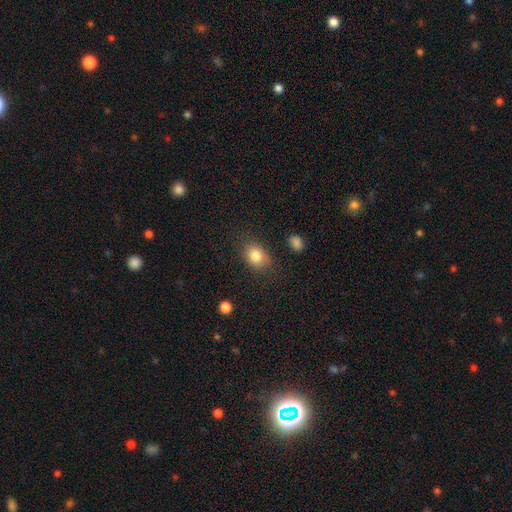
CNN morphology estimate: The model was most divided on "how rounded": in between: 65%, round: 34%, cigar-shaped: 1%. More confident: smooth or featured — smooth (82%); merging — none (76%).